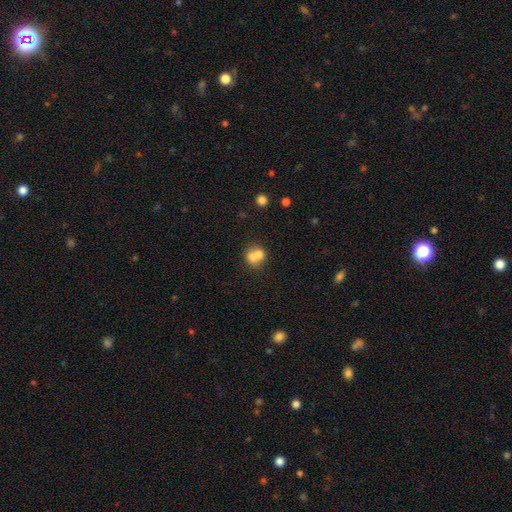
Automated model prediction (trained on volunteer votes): Morphology: type=smooth (69%); roundness=round (75%); merging=merger (62%).